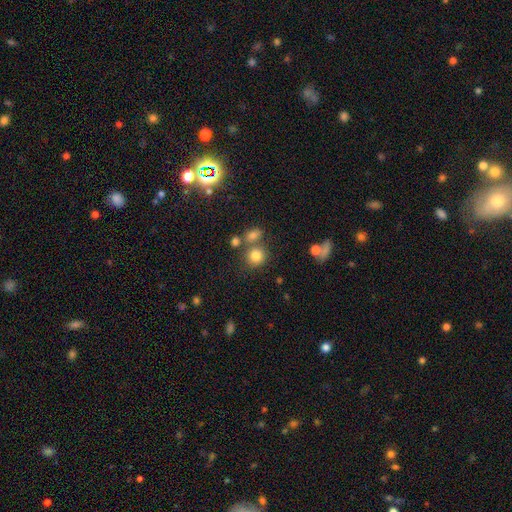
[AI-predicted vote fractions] Smooth or featured?
  - smooth: 79% *
  - star or artifact: 13%
  - featured or disk: 8%
How rounded?
  - round: 85% *
  - in between: 14%
  - cigar-shaped: 1%
Merging?
  - none: 65% *
  - merger: 20%
  - minor disturbance: 10%
  - major disturbance: 4%